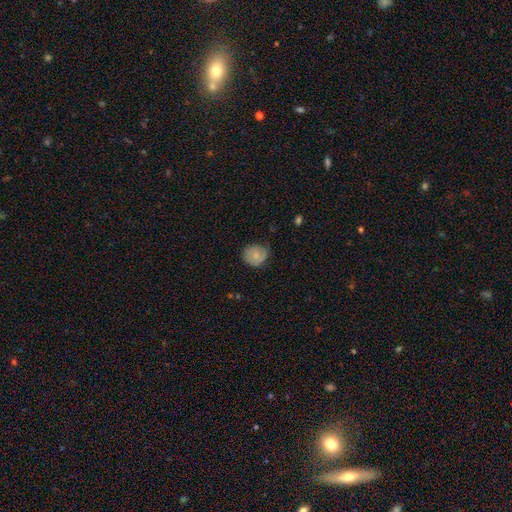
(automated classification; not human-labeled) Morphology: type=smooth (76%); roundness=round (76%); merging=none (63%).